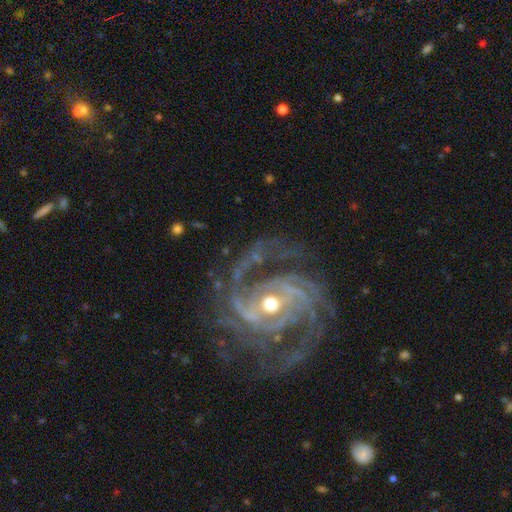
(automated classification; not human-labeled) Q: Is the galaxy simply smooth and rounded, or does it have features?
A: featured or disk — 92%.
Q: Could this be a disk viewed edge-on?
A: no — 98%.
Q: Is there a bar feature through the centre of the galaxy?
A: strong — 39%.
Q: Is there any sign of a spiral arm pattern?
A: yes — 99%.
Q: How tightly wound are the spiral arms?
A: medium — 48%.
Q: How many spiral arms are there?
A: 2 — 37%.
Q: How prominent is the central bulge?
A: small — 51%.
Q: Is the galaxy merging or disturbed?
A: none — 76%.